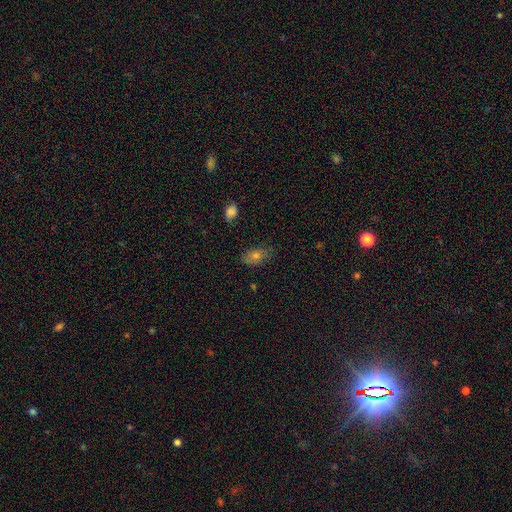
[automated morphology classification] A smooth galaxy with no disk features (66%) that is in between round and cigar-shaped (82%). Merging: none (73%).